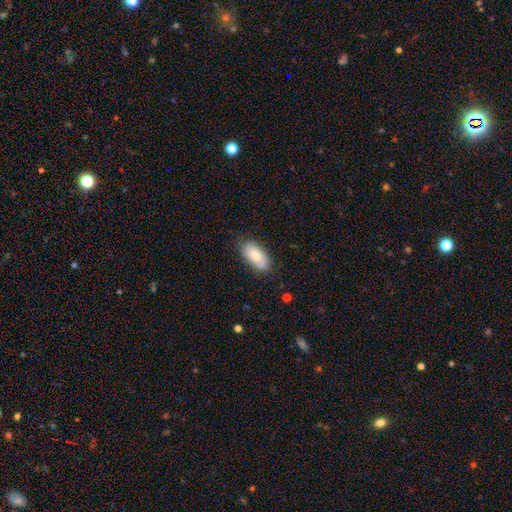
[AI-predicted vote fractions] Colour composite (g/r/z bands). It shows a smooth galaxy with no disk features (73%) that is in between round and cigar-shaped (93%). Merging: none (76%).